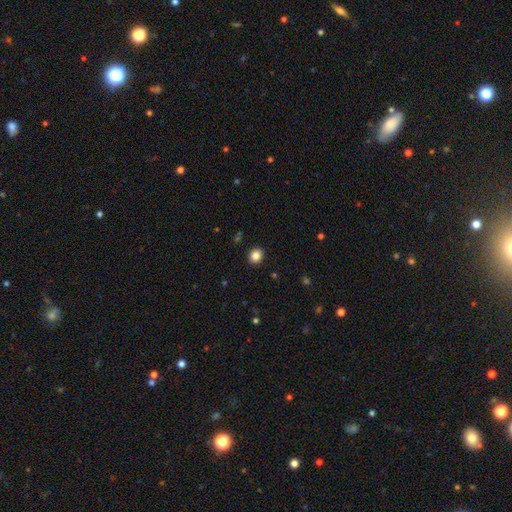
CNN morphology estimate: This appears to be a smooth galaxy with no disk features (85%) that is round (71%). Merging: none (91%).